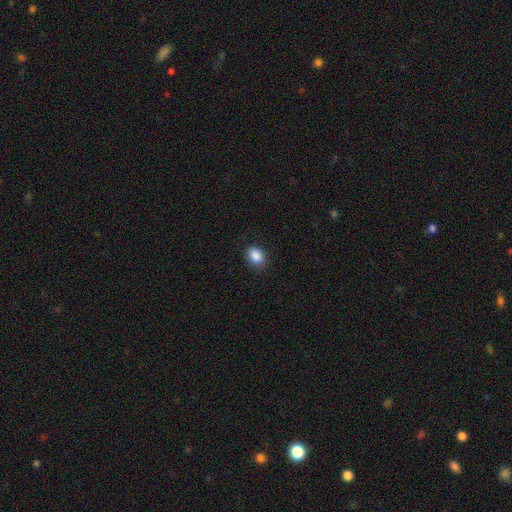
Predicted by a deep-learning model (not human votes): This appears to be a smooth galaxy with no disk features (88%) that is in between round and cigar-shaped (67%). Merging: none (86%).